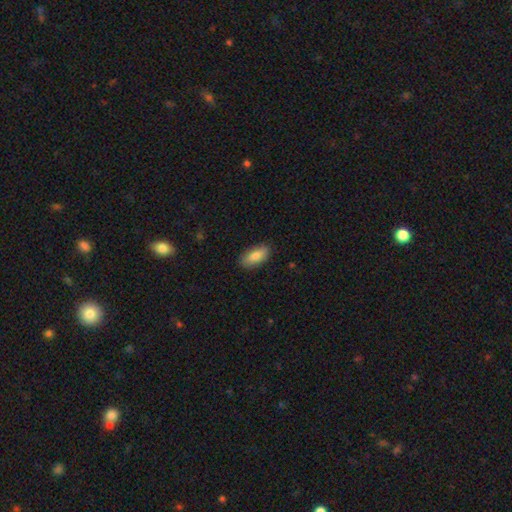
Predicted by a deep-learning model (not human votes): Overall: smooth (86%). How rounded: in between (90%). Merging: none (86%).